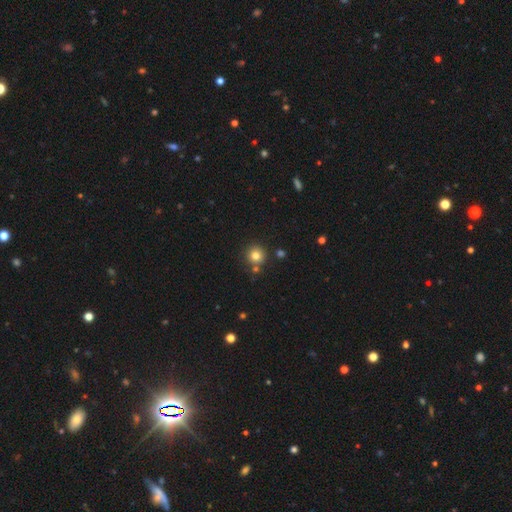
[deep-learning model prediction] The model was most divided on "smooth or featured": smooth: 80%, star or artifact: 13%, featured or disk: 7%. More confident: how rounded — round (94%); merging — none (81%).